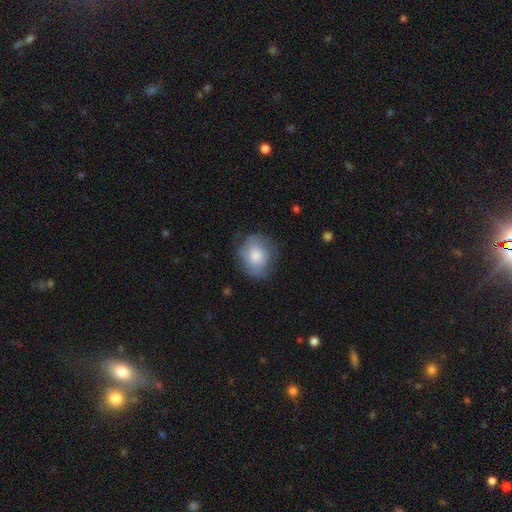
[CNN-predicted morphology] smooth_or_featured: smooth (p=0.73) [alt: featured or disk p=0.20]
how_rounded: round (p=0.72) [alt: in between p=0.27]
merging: none (p=0.67) [alt: minor disturbance p=0.23]